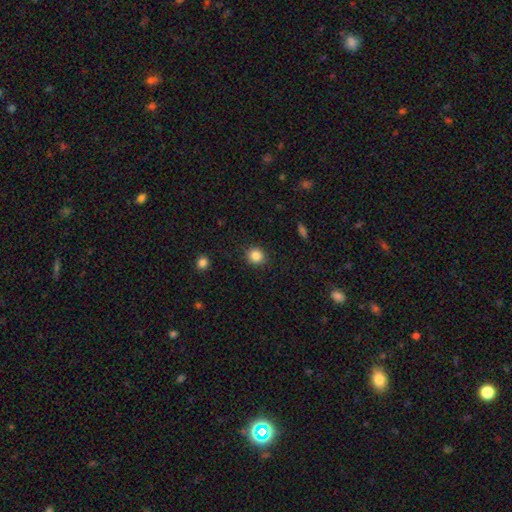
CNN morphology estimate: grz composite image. It shows a smooth galaxy with no disk features (85%) that is round (88%). Merging: none (90%).